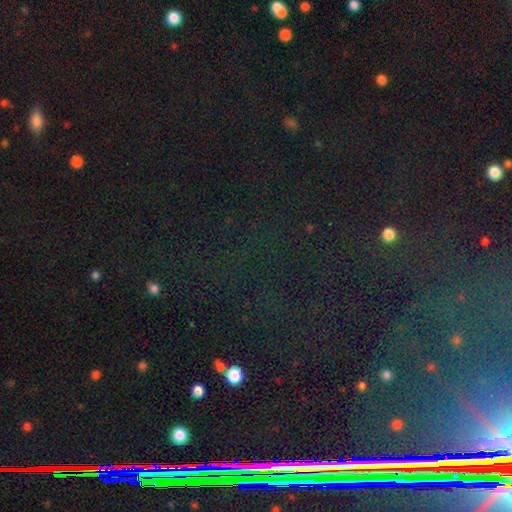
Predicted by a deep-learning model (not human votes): This is likely a star or artifact rather than a galaxy (80%).